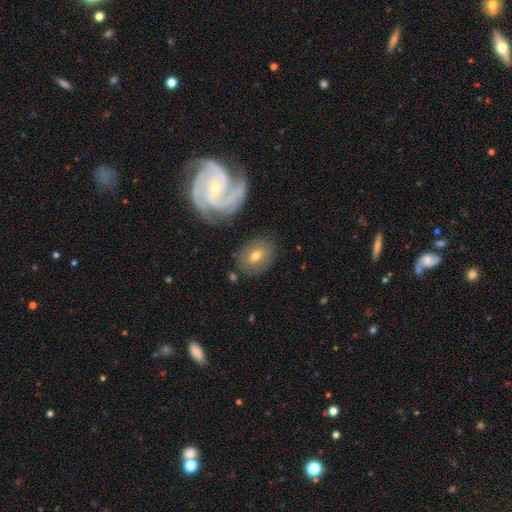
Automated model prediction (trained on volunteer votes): A smooth galaxy with no disk features (49%). Merging: none (76%).